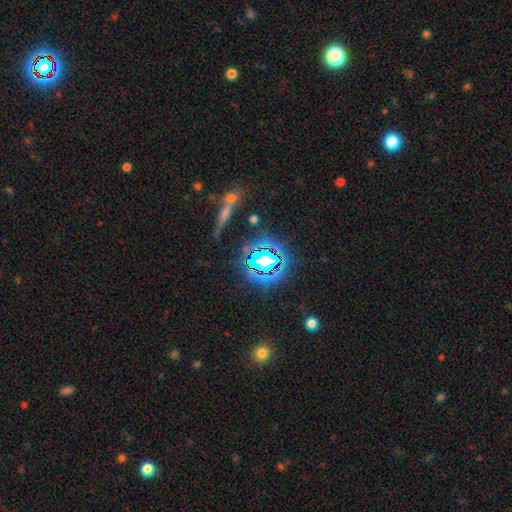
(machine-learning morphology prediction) smooth_or_featured: star or artifact (p=0.75) [alt: smooth p=0.15]